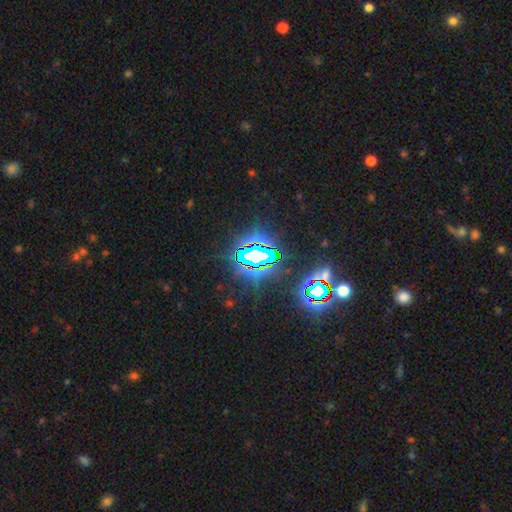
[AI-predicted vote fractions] smooth-or-featured: star or artifact: 75% | smooth: 13% | featured or disk: 11%